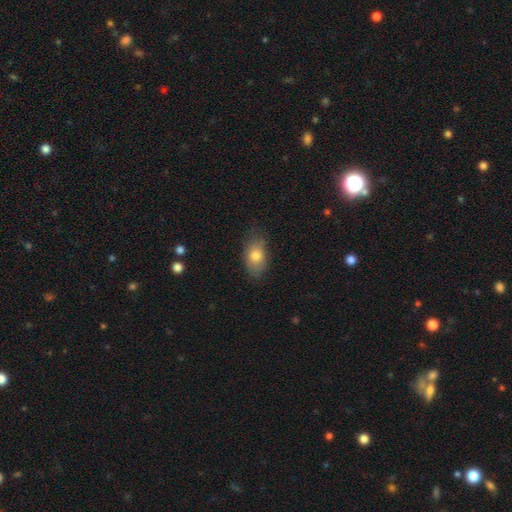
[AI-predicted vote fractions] A smooth galaxy with no disk features (77%) that is in between round and cigar-shaped (86%).

Vote fractions:
- Smooth or featured? smooth: 77% / featured or disk: 15% / star or artifact: 8%
- How rounded? in between: 86% / round: 10% / cigar-shaped: 3%
- Merging? none: 71% / minor disturbance: 23% / major disturbance: 5% / merger: 1%